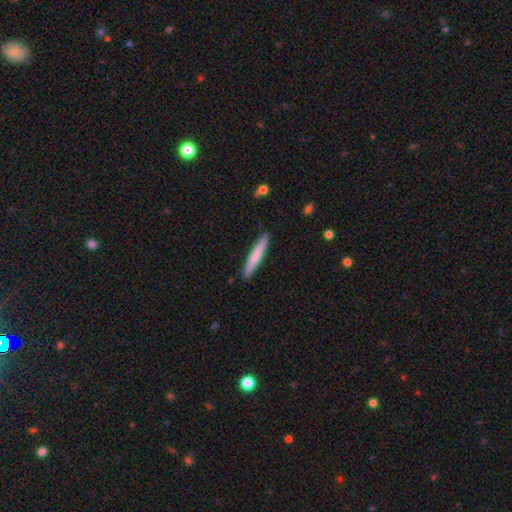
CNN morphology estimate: Q: Smooth or featured?
A: smooth (73%); runner-up: featured or disk (22%)
Q: How rounded?
A: cigar-shaped (94%); runner-up: in between (5%)
Q: Merging?
A: none (90%); runner-up: minor disturbance (8%)